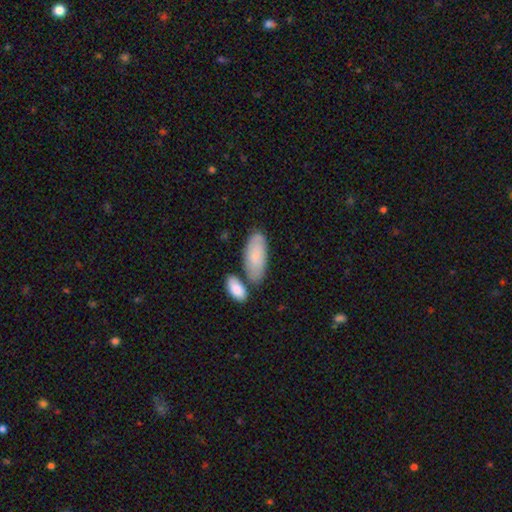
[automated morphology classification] smooth-or-featured: smooth: 72% | featured or disk: 23% | star or artifact: 6%
  how-rounded: in between: 87% | cigar-shaped: 11% | round: 2%
  merging: none: 58% | merger: 21% | minor disturbance: 17% | major disturbance: 4%